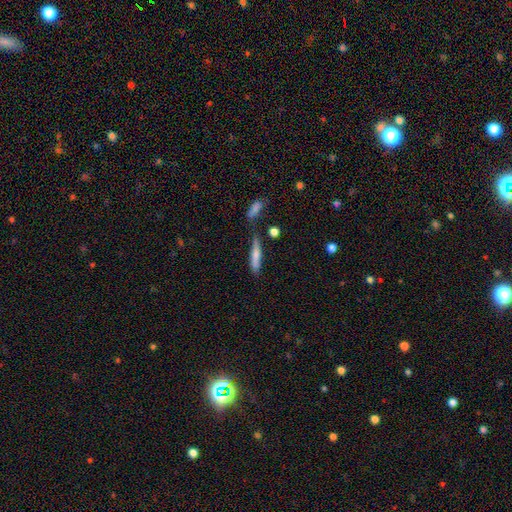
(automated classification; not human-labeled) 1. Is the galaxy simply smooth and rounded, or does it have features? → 67% smooth, 26% featured or disk, 7% star or artifact.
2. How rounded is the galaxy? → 84% cigar-shaped, 14% in between, 2% round.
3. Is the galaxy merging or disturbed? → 61% none, 21% minor disturbance, 11% merger, 6% major disturbance.